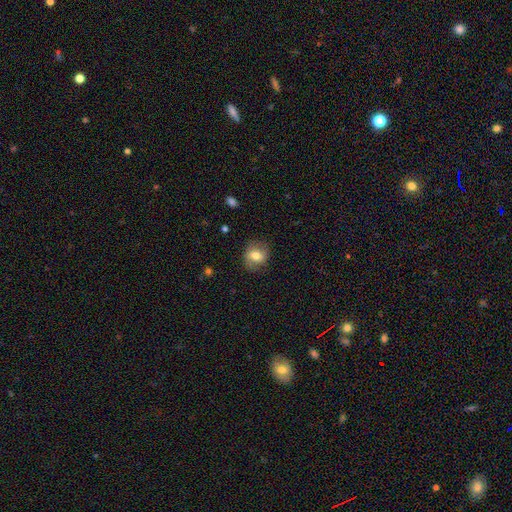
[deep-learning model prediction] A smooth galaxy with no disk features (64%) that is round (63%). Merging: none (78%).